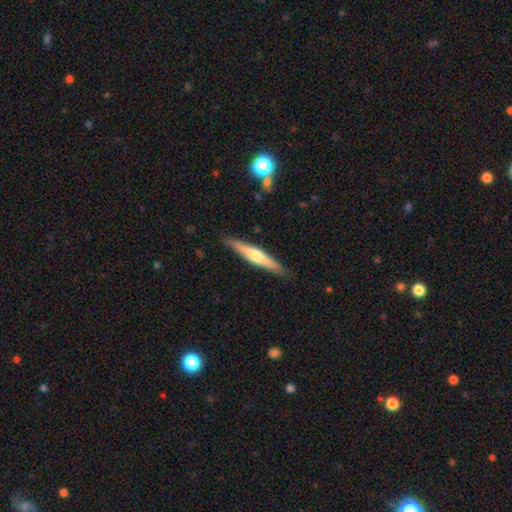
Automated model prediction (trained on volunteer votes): The model was most divided on "smooth or featured": featured or disk: 59%, smooth: 36%, star or artifact: 6%. More confident: edge-on disk — yes (97%); merging — none (89%); edge-on bulge — rounded (81%).